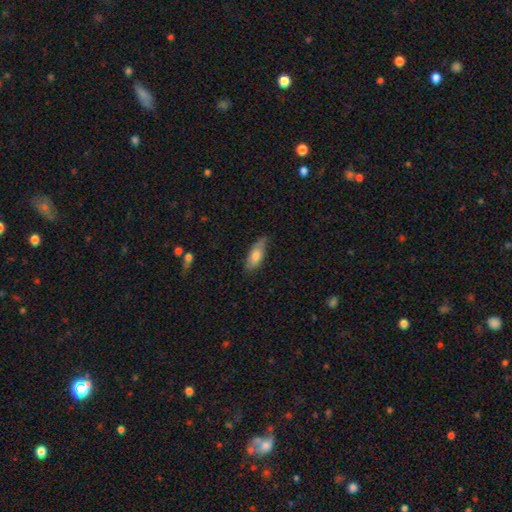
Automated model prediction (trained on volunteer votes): Smooth or featured? smooth (69%)
How rounded? in between (74%)
Merging? none (67%)